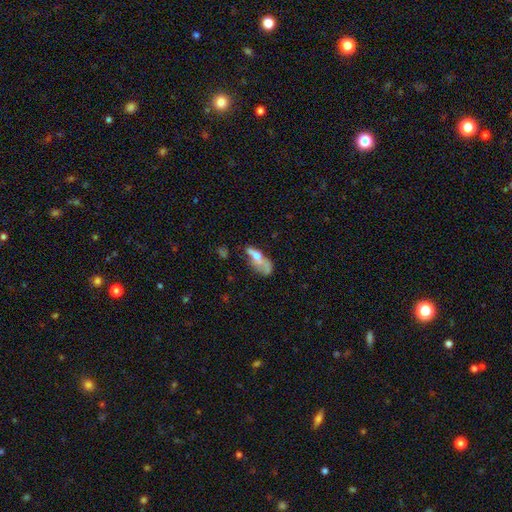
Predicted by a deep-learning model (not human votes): smooth-or-featured: smooth: 52% | featured or disk: 38% | star or artifact: 10%
  how-rounded: in between: 70% | cigar-shaped: 25% | round: 5%
  merging: major disturbance: 34% | merger: 24% | none: 23% | minor disturbance: 19%